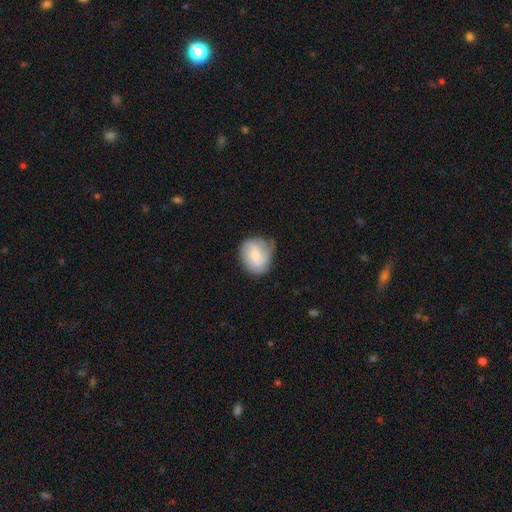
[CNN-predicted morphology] A smooth galaxy with no disk features (48%).

Vote fractions:
- Smooth or featured? smooth: 48% / featured or disk: 46% / star or artifact: 7%
- Merging? none: 62% / minor disturbance: 28% / major disturbance: 8% / merger: 1%